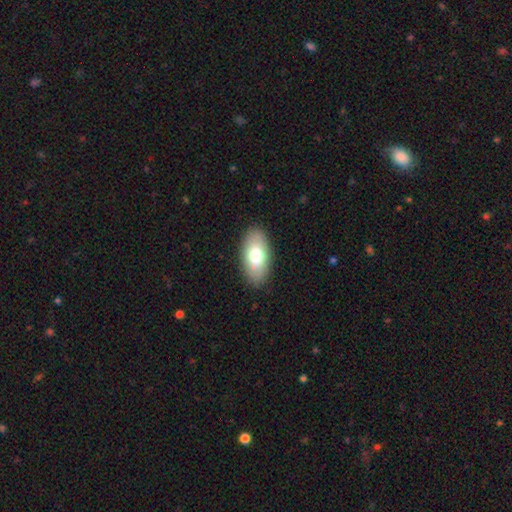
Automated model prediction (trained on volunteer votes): Overall: smooth (74%). How rounded: in between (93%). Merging: none (88%).